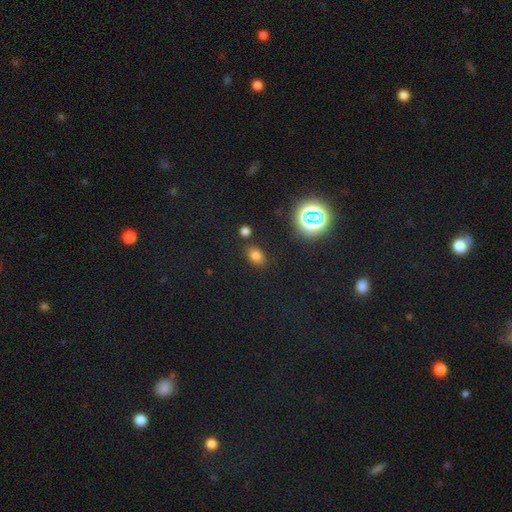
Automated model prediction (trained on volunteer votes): smooth 73%, star or artifact 20%, featured or disk 7%. Down the decision tree: how rounded — in between (74%); merging — none (81%).